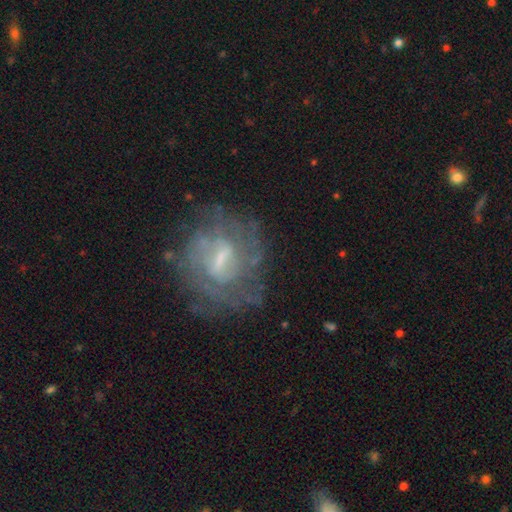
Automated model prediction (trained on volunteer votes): Morphology: type=featured or disk (70%); edge-on=no (96%); bar=weak (55%); spiral arms=yes (85%); winding=tight (58%); arm count=can't tell (48%); bulge=small (44%); merging=none (76%).